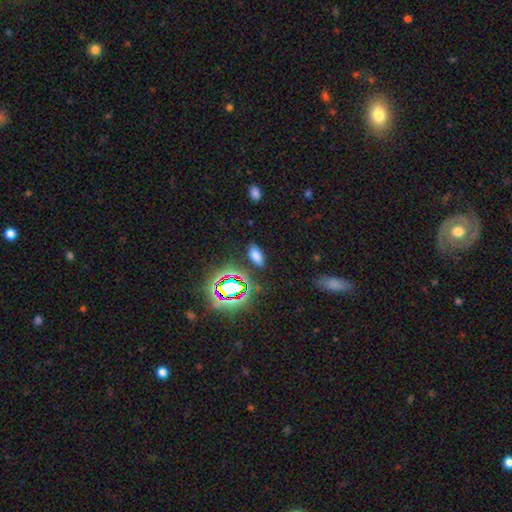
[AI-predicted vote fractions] A smooth galaxy with no disk features (69%) that is in between round and cigar-shaped (86%). Merging: none (84%).